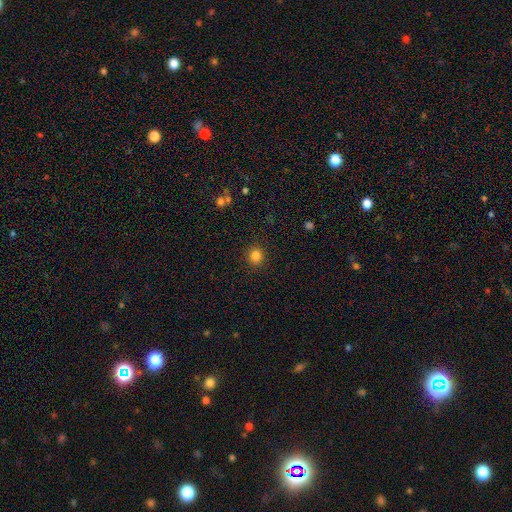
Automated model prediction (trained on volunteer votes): Smooth or featured?
  - smooth: 83% *
  - star or artifact: 12%
  - featured or disk: 4%
How rounded?
  - round: 87% *
  - in between: 12%
  - cigar-shaped: 1%
Merging?
  - none: 91% *
  - minor disturbance: 6%
  - major disturbance: 2%
  - merger: 1%